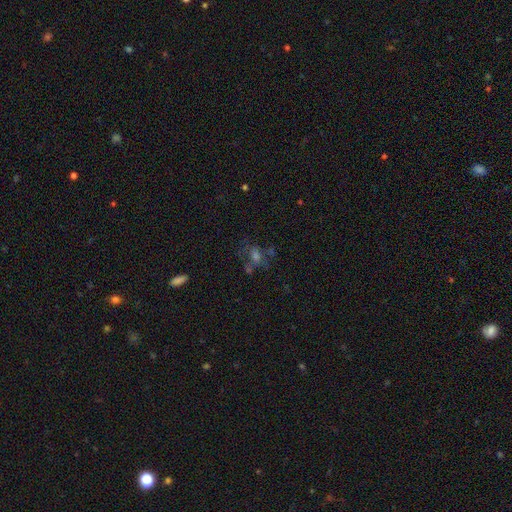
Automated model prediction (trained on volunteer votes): Smooth or featured: featured or disk — 37% (smooth — 32%)
Merging: none — 52% (major disturbance — 18%)